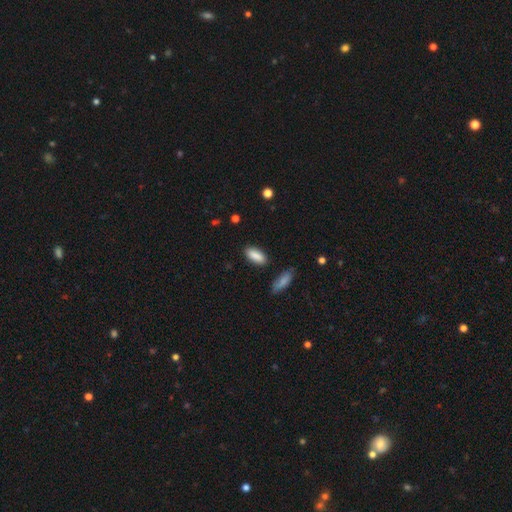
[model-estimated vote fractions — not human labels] Smooth or featured: smooth — 88% (star or artifact — 7%)
How rounded: in between — 81% (cigar-shaped — 17%)
Merging: none — 84% (minor disturbance — 10%)